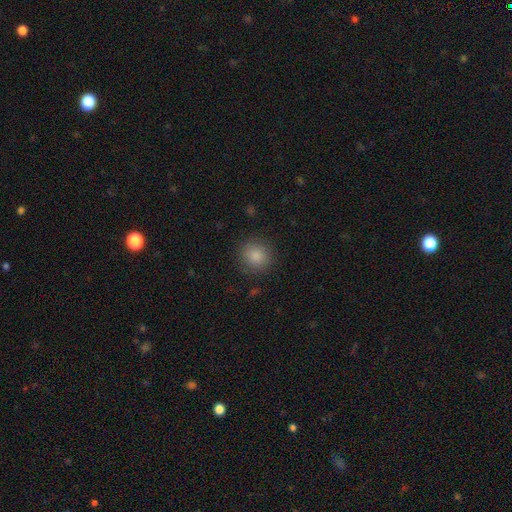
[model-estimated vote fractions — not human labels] This is clearly a smooth galaxy (86%). How rounded: clearly round (87%). Merging: clearly none (87%).